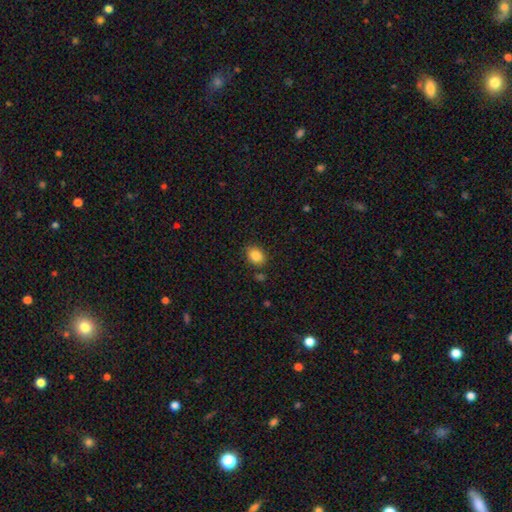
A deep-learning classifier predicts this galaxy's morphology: A smooth galaxy with no disk features (85%) that is in between round and cigar-shaped (61%). Merging: none (83%).